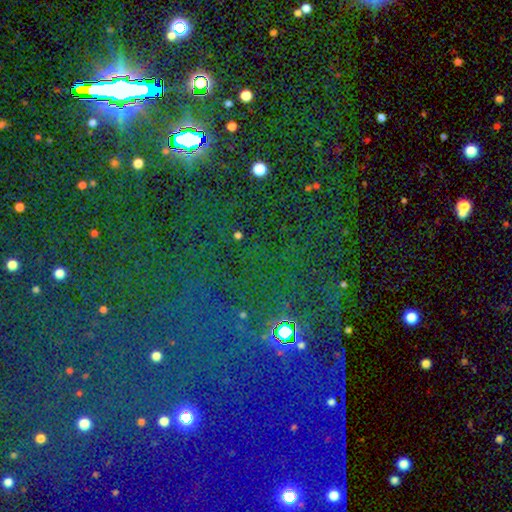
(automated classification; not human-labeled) A star or artifact, not a galaxy (79%).